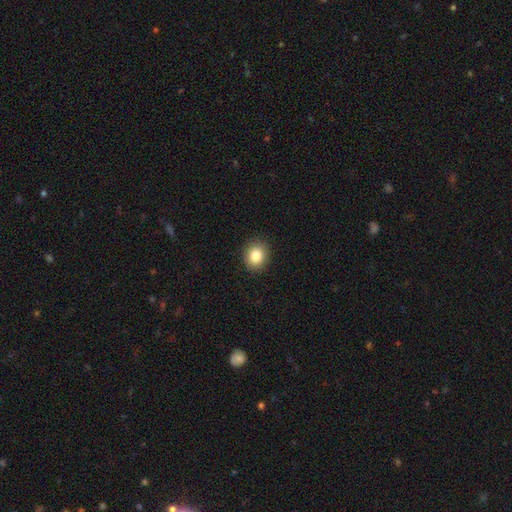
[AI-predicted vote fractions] smooth_or_featured: smooth (p=0.84) [alt: star or artifact p=0.10]
how_rounded: round (p=0.72) [alt: in between p=0.27]
merging: none (p=0.91) [alt: minor disturbance p=0.07]